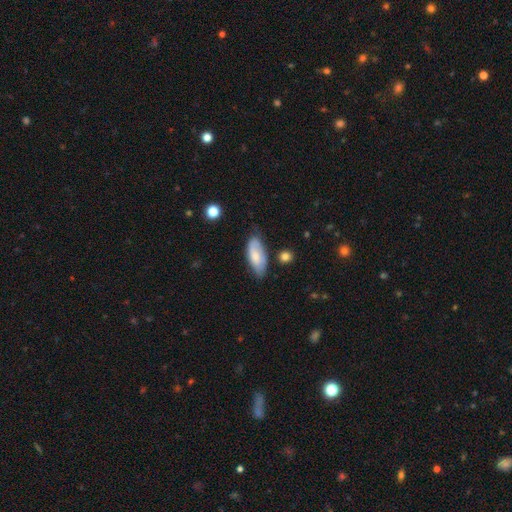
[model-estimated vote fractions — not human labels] smooth_or_featured: smooth (p=0.62) [alt: featured or disk p=0.32]
how_rounded: in between (p=0.84) [alt: cigar-shaped p=0.14]
merging: none (p=0.60) [alt: minor disturbance p=0.30]